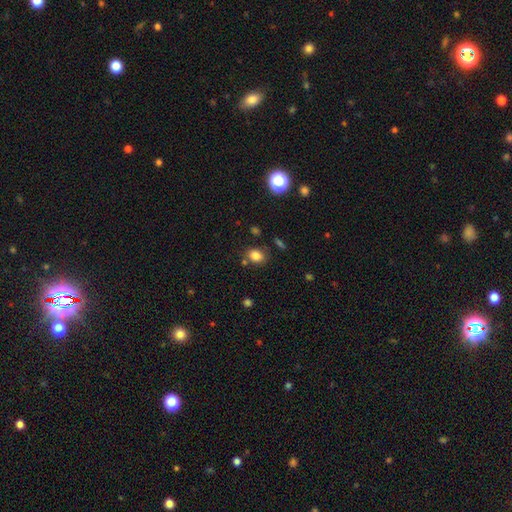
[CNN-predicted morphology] Smooth or featured: smooth — 81% (star or artifact — 13%)
How rounded: in between — 53% (round — 46%)
Merging: none — 75% (minor disturbance — 13%)